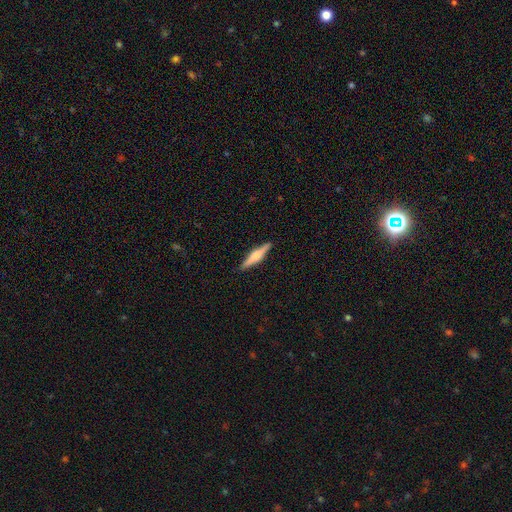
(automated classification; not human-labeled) Q: Smooth or featured?
A: featured or disk (63%); runner-up: smooth (31%)
Q: Edge-on disk?
A: yes (98%); runner-up: no (2%)
Q: Edge-on bulge?
A: rounded (82%); runner-up: boxy (13%)
Q: Merging?
A: none (91%); runner-up: minor disturbance (7%)